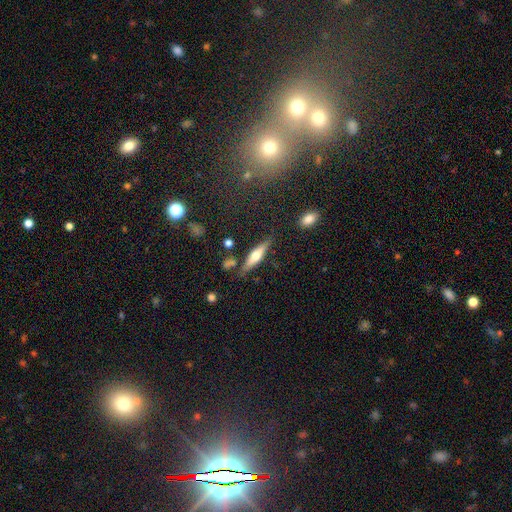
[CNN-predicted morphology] Smooth or featured? Predicted: featured or disk (p=0.50). Edge-on disk? Predicted: yes (p=0.92). Merging? Predicted: none (p=0.77).